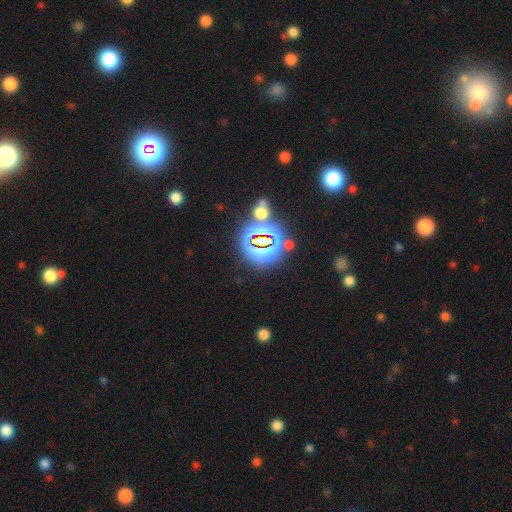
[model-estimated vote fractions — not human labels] Smooth or featured: star or artifact — 73% (smooth — 17%)